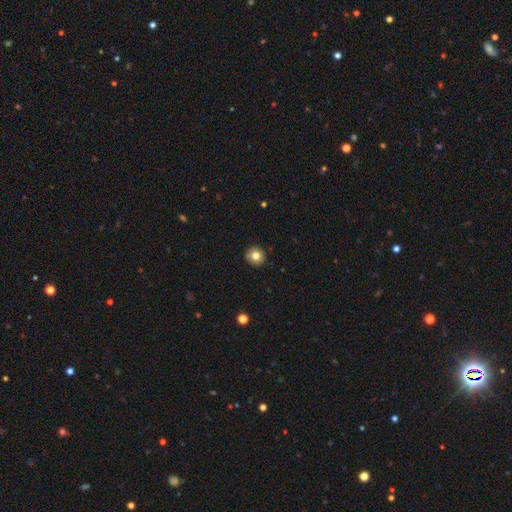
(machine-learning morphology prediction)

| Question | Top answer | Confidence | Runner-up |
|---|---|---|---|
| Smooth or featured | smooth | 80% | star or artifact (10%) |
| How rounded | round | 92% | in between (7%) |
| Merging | none | 90% | minor disturbance (7%) |